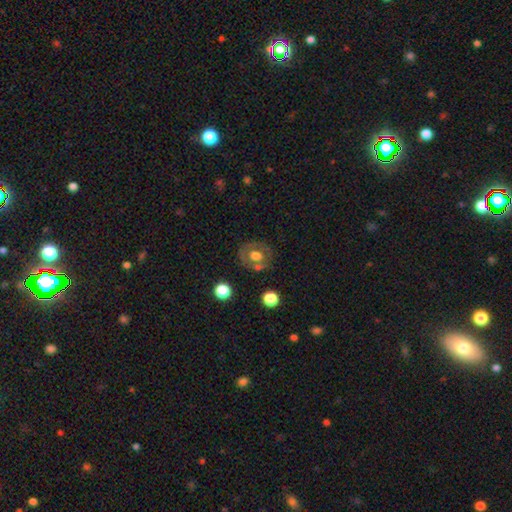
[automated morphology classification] Q: Smooth or featured?
A: smooth (48%); runner-up: featured or disk (43%)
Q: Merging?
A: none (66%); runner-up: minor disturbance (16%)